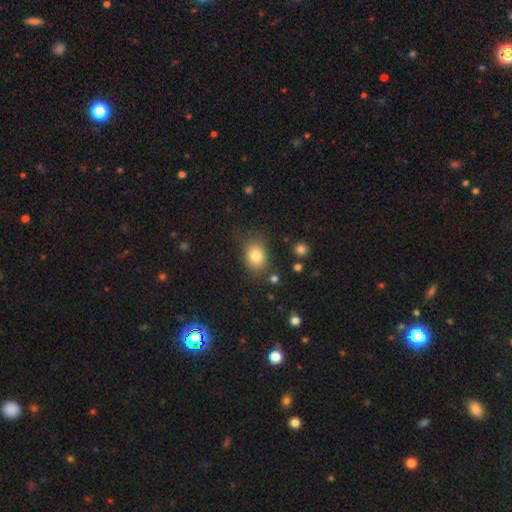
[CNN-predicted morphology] The model was most divided on "how rounded": in between: 58%, round: 41%, cigar-shaped: 1%. More confident: smooth or featured — smooth (82%); merging — none (75%).